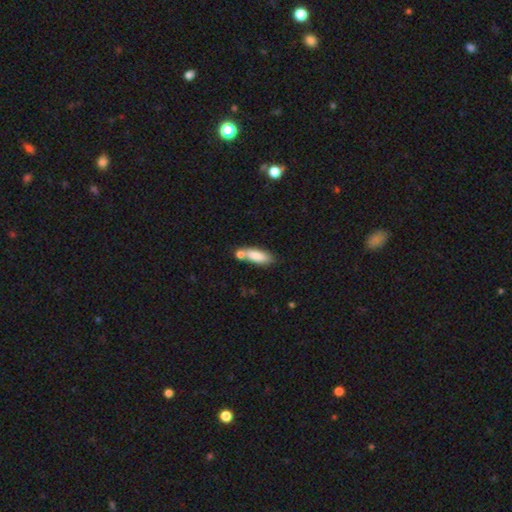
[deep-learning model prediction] A smooth galaxy with no disk features (82%) that is in between round and cigar-shaped (65%). Merging: none (54%).